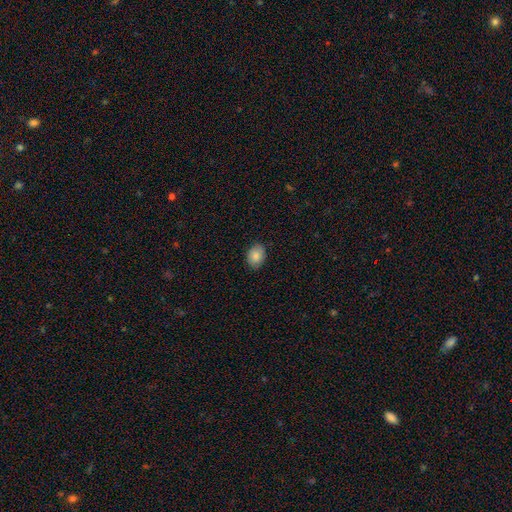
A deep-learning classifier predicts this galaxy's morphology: Smooth or featured? smooth (85%)
How rounded? in between (67%)
Merging? none (85%)